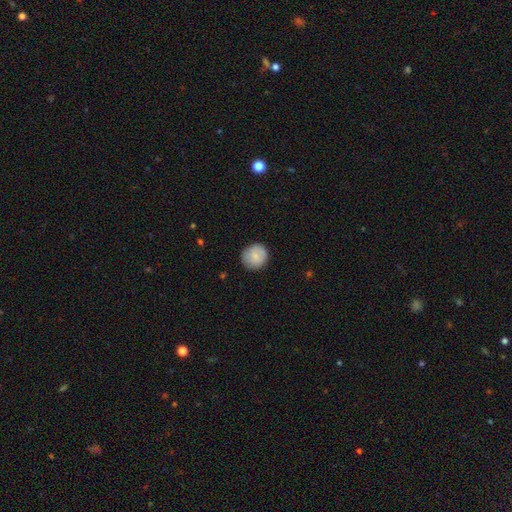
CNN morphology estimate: The model was most divided on "smooth or featured": smooth: 82%, featured or disk: 11%, star or artifact: 7%. More confident: how rounded — round (90%); merging — none (86%).